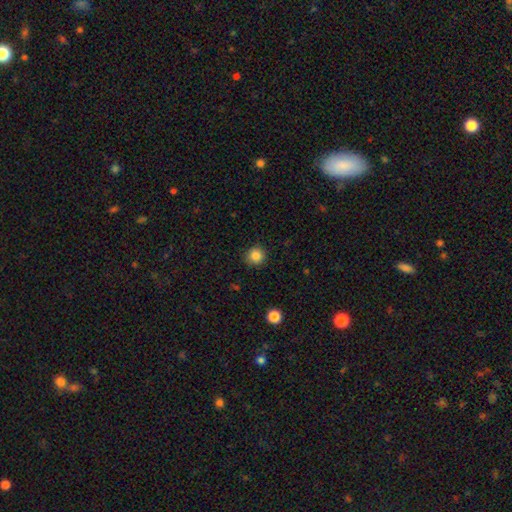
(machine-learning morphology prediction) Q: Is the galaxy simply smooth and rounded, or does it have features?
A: smooth — 85%.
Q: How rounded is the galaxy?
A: round — 93%.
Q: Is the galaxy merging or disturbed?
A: none — 89%.